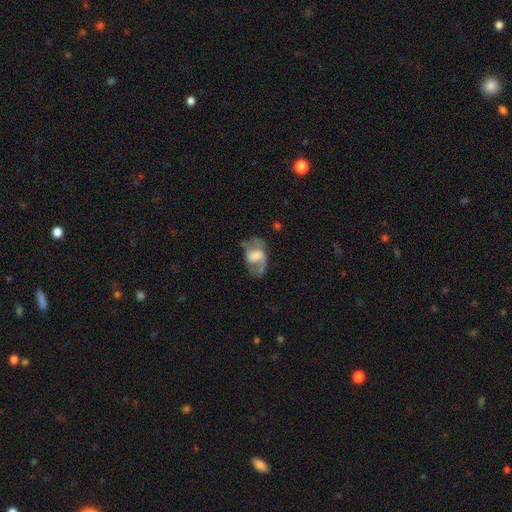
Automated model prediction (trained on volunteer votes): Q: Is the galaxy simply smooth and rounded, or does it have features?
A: featured or disk — 62%.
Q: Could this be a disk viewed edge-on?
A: no — 96%.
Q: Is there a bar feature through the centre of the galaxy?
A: weak — 43%.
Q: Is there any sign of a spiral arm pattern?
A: yes — 71%.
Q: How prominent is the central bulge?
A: large — 27%, tied with none.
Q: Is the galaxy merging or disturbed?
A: none — 45%.